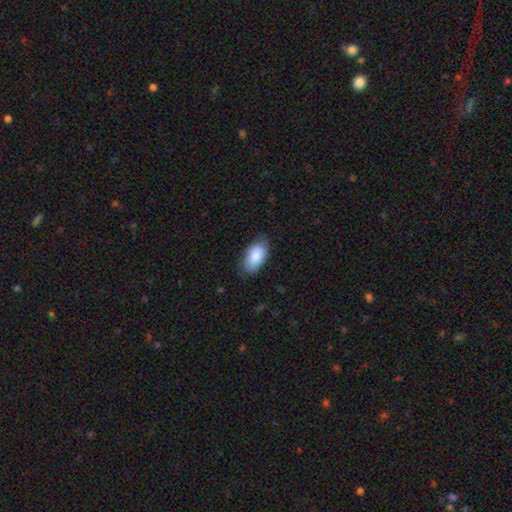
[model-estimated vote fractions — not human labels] This appears to be a smooth galaxy with no disk features (86%) that is in between round and cigar-shaped (94%). Merging: none (78%).